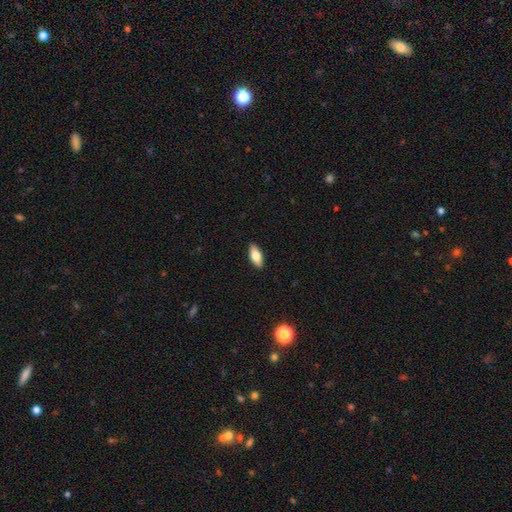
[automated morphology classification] Smooth or featured?
  - smooth: 71% *
  - featured or disk: 22%
  - star or artifact: 7%
How rounded?
  - in between: 81% *
  - cigar-shaped: 16%
  - round: 3%
Merging?
  - none: 89% *
  - minor disturbance: 8%
  - major disturbance: 2%
  - merger: 1%